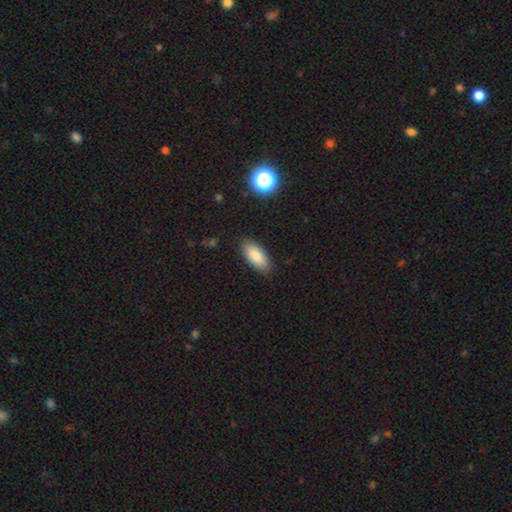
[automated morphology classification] Smooth or featured? Predicted: smooth (p=0.87). How rounded? Predicted: in between (p=0.88). Merging? Predicted: none (p=0.87).